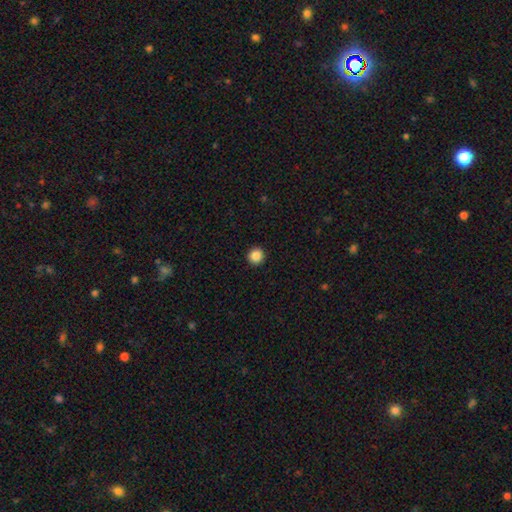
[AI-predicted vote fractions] Smooth or featured? smooth (87%)
How rounded? round (95%)
Merging? none (94%)